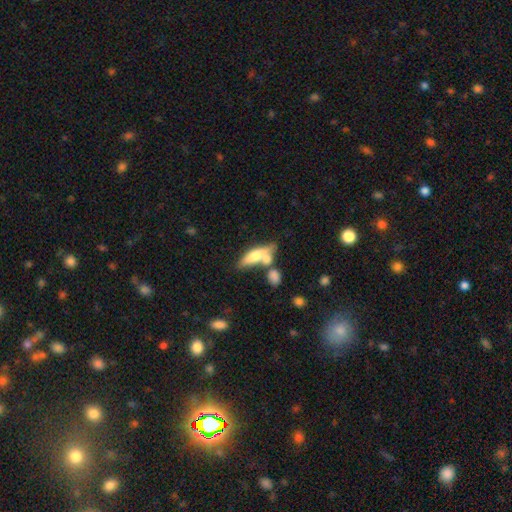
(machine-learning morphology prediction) A smooth galaxy with no disk features (58%) that is cigar-shaped (49%). Merging: merger (41%).